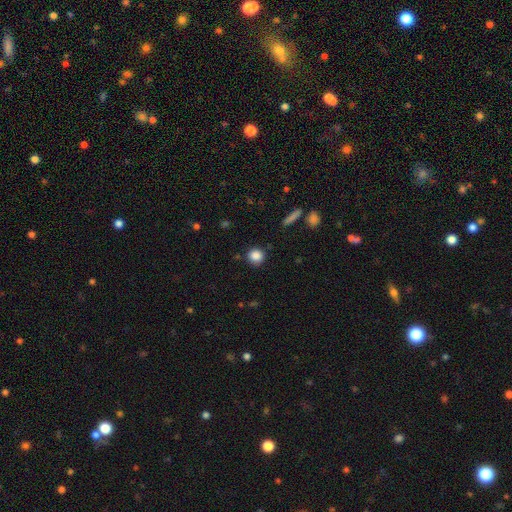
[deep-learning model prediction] Smooth or featured? Predicted: smooth (p=0.86). How rounded? Predicted: round (p=0.92). Merging? Predicted: none (p=0.87).